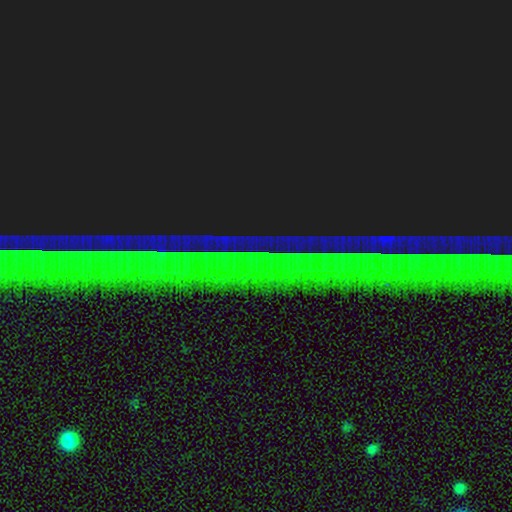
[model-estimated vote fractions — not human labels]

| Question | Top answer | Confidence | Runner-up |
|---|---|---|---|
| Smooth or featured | star or artifact | 86% | featured or disk (8%) |